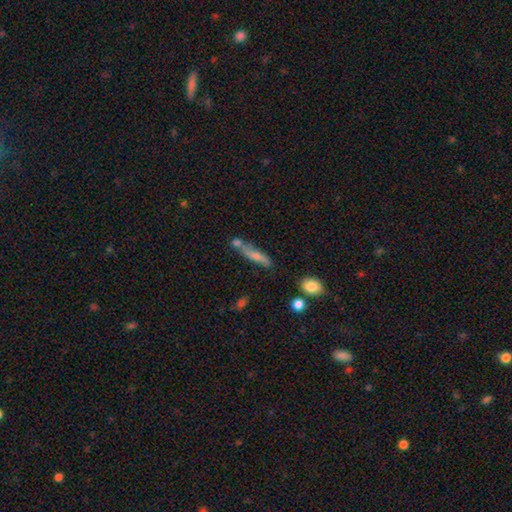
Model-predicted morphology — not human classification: smooth 63%, featured or disk 29%, star or artifact 8%. Down the decision tree: how rounded — cigar-shaped (77%); merging — none (50%).